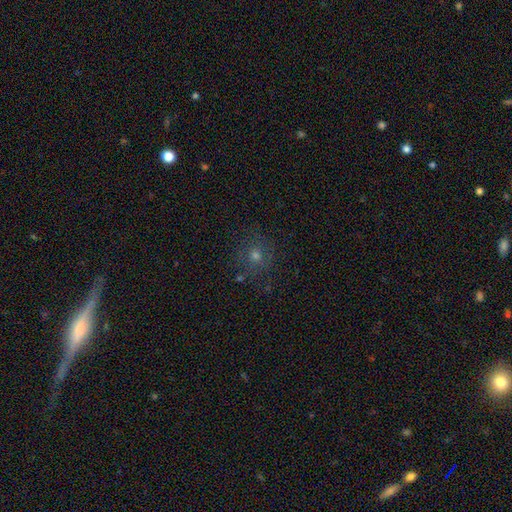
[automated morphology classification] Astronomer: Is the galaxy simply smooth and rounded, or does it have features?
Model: smooth — 52% (runner-up: star or artifact, 32%).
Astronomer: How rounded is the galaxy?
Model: round — 89%.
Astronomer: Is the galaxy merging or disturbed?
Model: none — 82%.